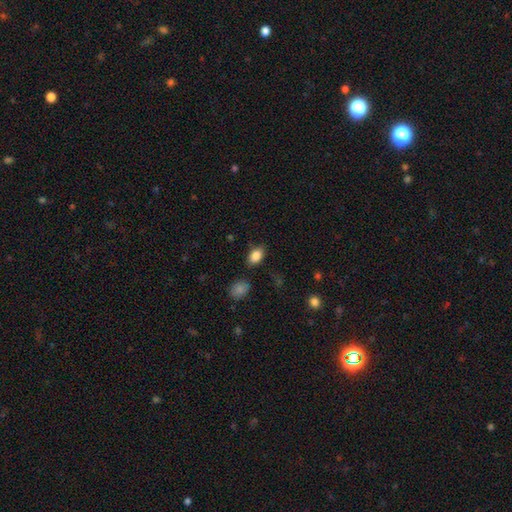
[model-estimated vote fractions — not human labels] This is clearly a smooth galaxy (85%). How rounded: clearly in between (87%). Merging: likely none (80%).